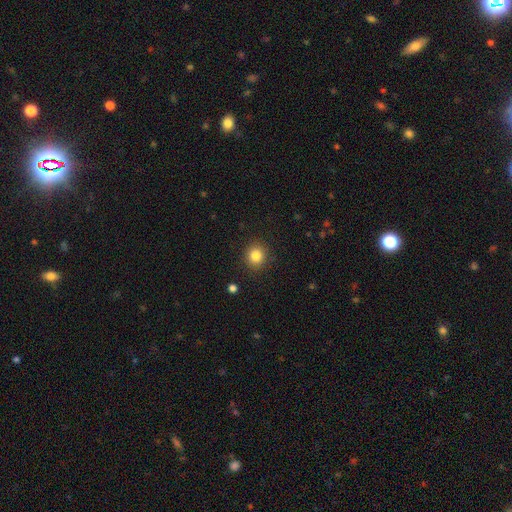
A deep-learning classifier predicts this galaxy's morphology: Smooth or featured: smooth — 84% (star or artifact — 11%)
How rounded: round — 87% (in between — 12%)
Merging: none — 90% (minor disturbance — 6%)